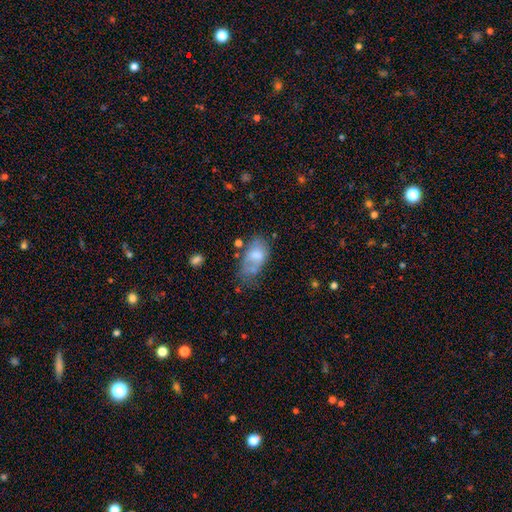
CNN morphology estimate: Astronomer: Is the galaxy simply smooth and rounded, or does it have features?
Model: smooth — 62%.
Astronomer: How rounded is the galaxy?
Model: in between — 91%.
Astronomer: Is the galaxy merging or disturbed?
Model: minor disturbance — 31% (runner-up: none, 30%).